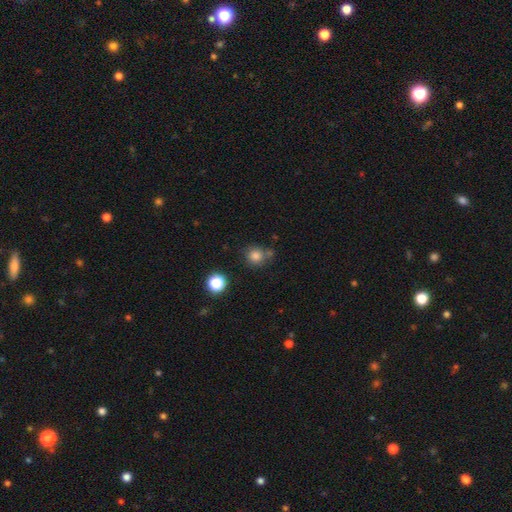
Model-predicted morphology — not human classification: A smooth galaxy with no disk features (81%) that is round (88%).

Vote fractions:
- Smooth or featured? smooth: 81% / star or artifact: 13% / featured or disk: 6%
- How rounded? round: 88% / in between: 11% / cigar-shaped: 1%
- Merging? none: 68% / minor disturbance: 15% / merger: 13% / major disturbance: 5%